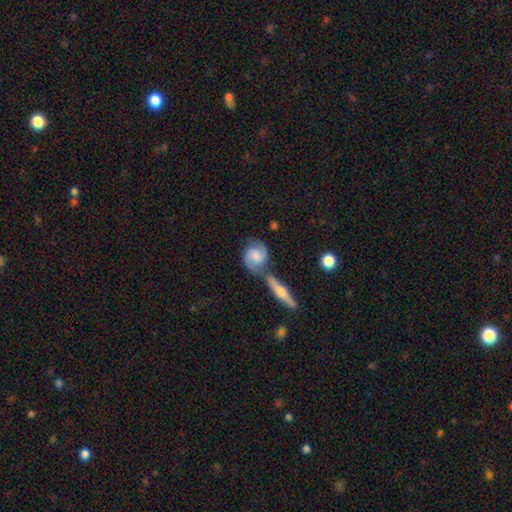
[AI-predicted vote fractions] Overall: featured or disk (64%; smooth 29%). Edge-on disk: no (91%). Bar: no (60%; weak 33%). Spiral arms: yes (92%). Spiral arm count: 2 (88%). Spiral winding: medium (49%; tight 31%). Bulge size: moderate (38%; small 23%). Merging: none (50%; merger 32%).